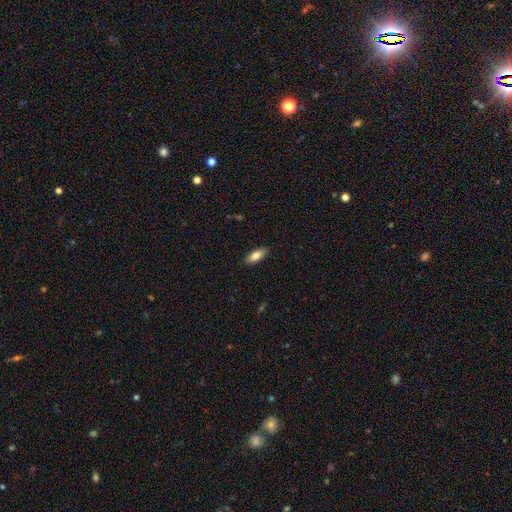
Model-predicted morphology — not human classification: smooth_or_featured: smooth (p=0.81) [alt: featured or disk p=0.13]
how_rounded: in between (p=0.73) [alt: cigar-shaped p=0.25]
merging: none (p=0.88) [alt: minor disturbance p=0.09]